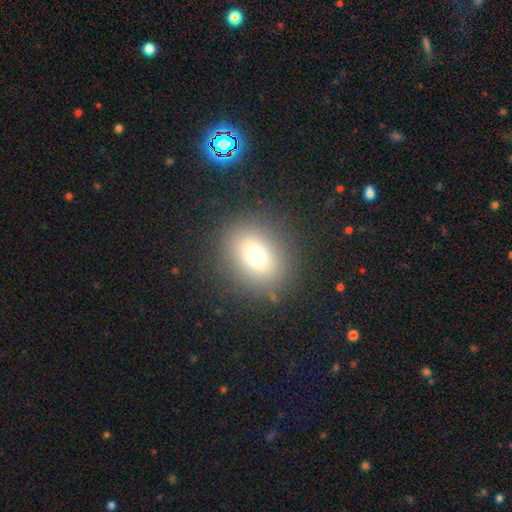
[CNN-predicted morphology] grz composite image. It shows a smooth galaxy with no disk features (70%) that is round (62%). Merging: none (85%).